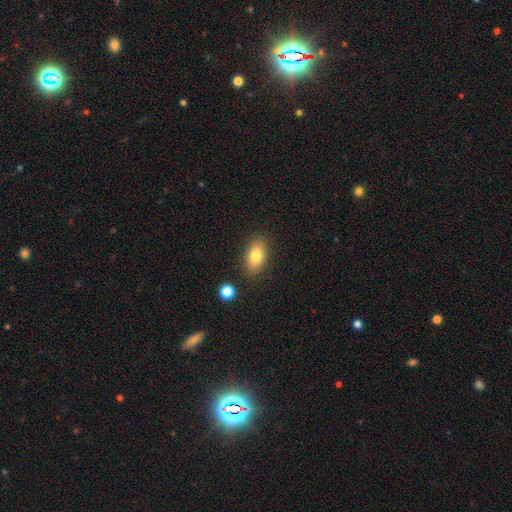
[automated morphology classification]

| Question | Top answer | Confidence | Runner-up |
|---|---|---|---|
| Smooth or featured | smooth | 81% | featured or disk (11%) |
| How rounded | in between | 89% | round (8%) |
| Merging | none | 84% | minor disturbance (11%) |